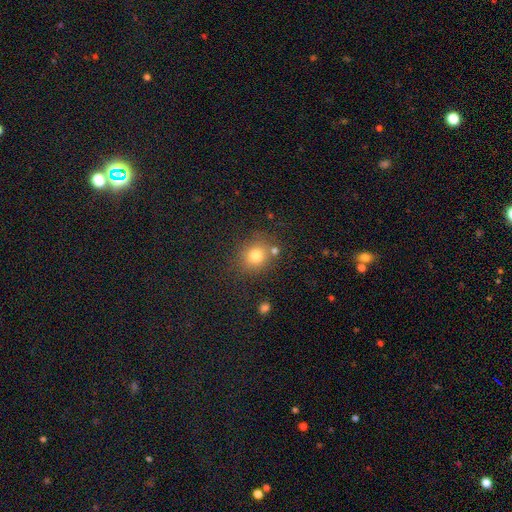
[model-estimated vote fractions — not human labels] This is likely a smooth galaxy (78%). How rounded: likely round (80%). Merging: likely none (75%).